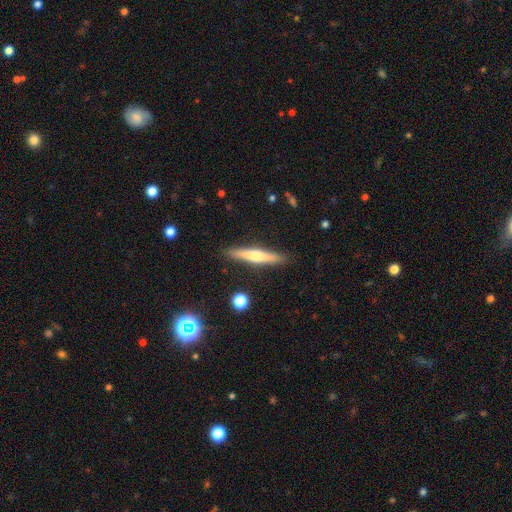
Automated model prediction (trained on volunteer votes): Q: Smooth or featured?
A: smooth (53%); runner-up: featured or disk (41%)
Q: How rounded?
A: cigar-shaped (92%); runner-up: in between (6%)
Q: Merging?
A: none (89%); runner-up: minor disturbance (8%)